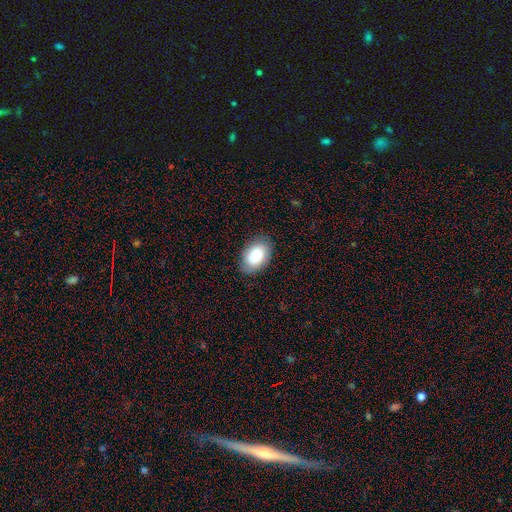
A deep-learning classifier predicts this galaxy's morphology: A smooth galaxy with no disk features (86%) that is in between round and cigar-shaped (90%). Merging: none (84%).